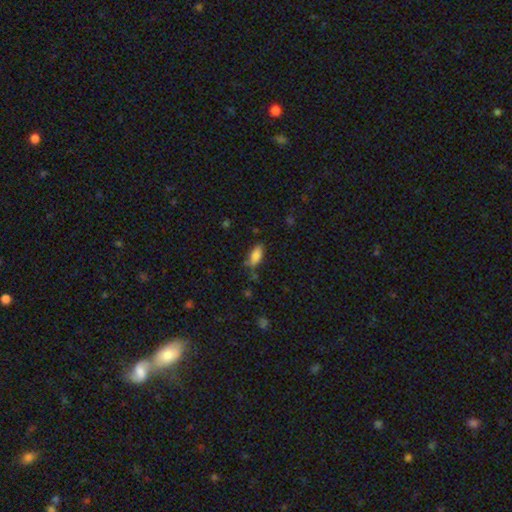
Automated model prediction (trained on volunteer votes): This is clearly a smooth galaxy (82%). How rounded: clearly in between (81%). Merging: likely none (65%).